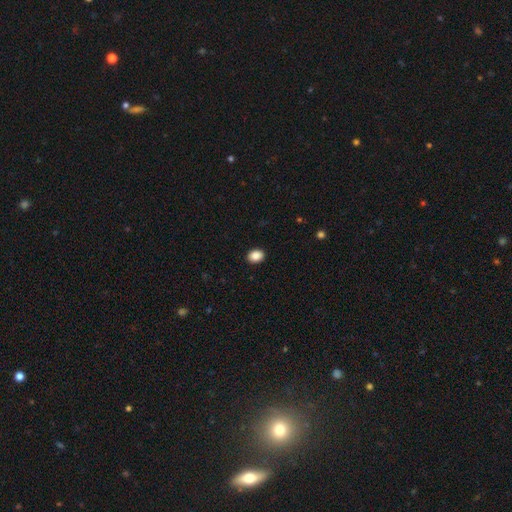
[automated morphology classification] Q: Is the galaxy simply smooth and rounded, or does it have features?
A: smooth — 89%.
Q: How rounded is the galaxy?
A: in between — 63%.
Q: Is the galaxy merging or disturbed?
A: none — 91%.